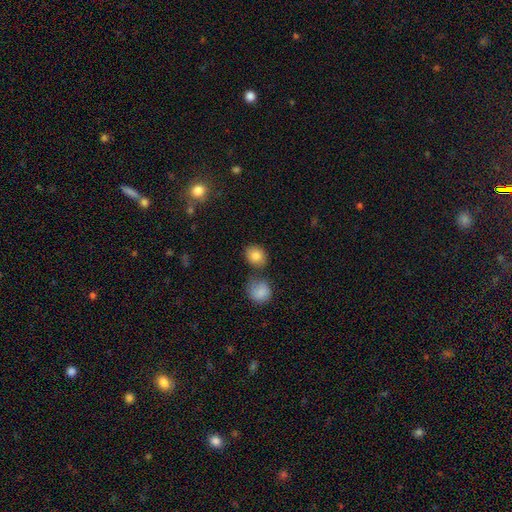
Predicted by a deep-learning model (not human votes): Morphology: type=smooth (84%); roundness=round (69%); merging=none (67%).